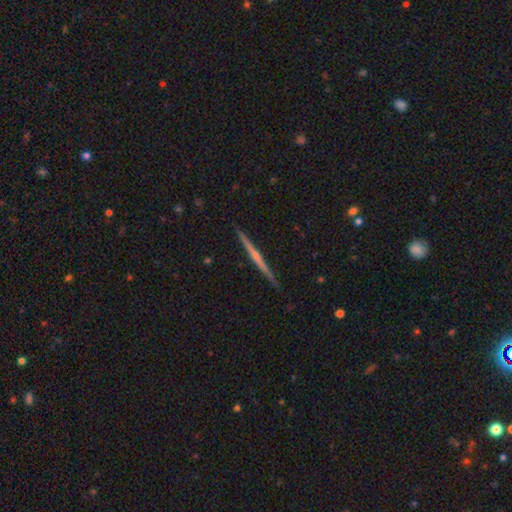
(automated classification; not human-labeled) Overall: featured or disk (71%). Edge-on disk: yes (98%). Edge-on bulge: rounded (57%; none 35%). Merging: none (91%).